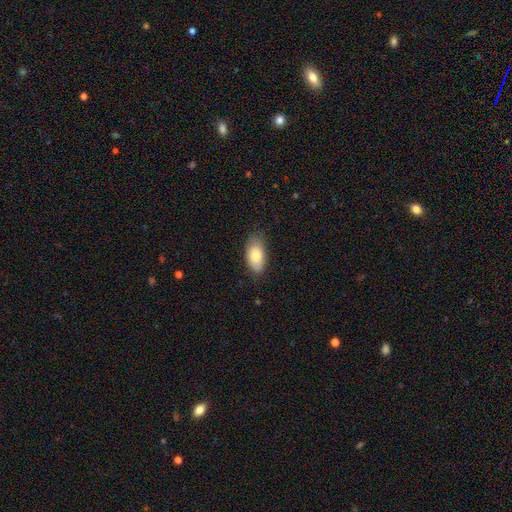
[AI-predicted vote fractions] This is clearly a smooth galaxy (82%). How rounded: clearly in between (93%). Merging: likely none (74%).